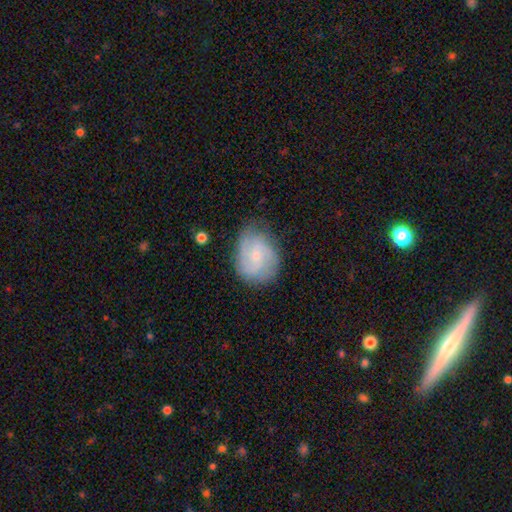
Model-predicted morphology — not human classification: smooth_or_featured: featured or disk (p=0.65) [alt: smooth p=0.28]
disk_edge_on: no (p=0.97) [alt: yes p=0.03]
bar: no (p=0.58) [alt: weak p=0.36]
has_spiral_arms: yes (p=0.90) [alt: no p=0.10]
spiral_winding: medium (p=0.44) [alt: tight p=0.37]
spiral_arm_count: 2 (p=0.47) [alt: can't tell p=0.23]
bulge_size: small (p=0.69) [alt: moderate p=0.26]
merging: none (p=0.69) [alt: minor disturbance p=0.23]